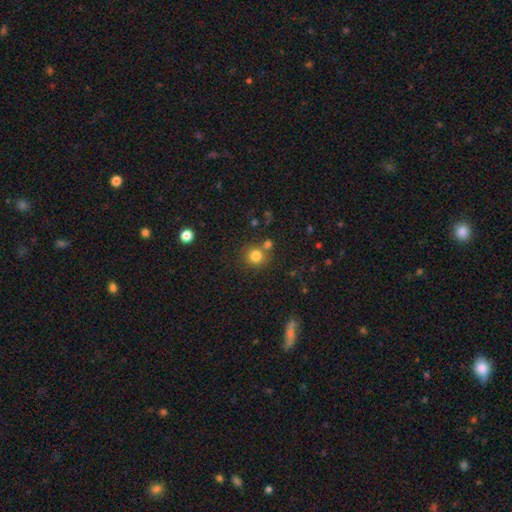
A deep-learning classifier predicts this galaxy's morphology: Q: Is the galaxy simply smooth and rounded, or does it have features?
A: smooth — 81%.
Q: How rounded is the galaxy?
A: round — 89%.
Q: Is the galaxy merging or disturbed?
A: none — 69%.